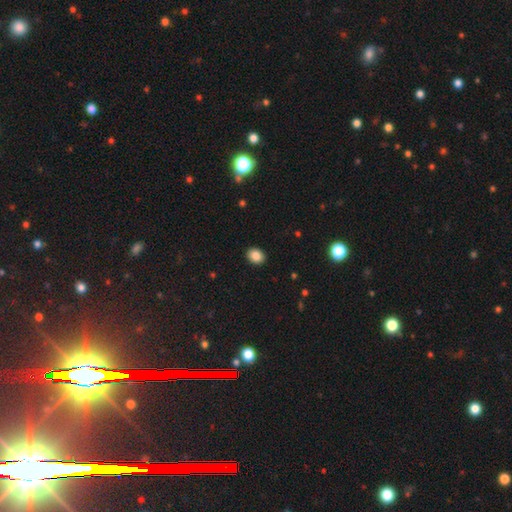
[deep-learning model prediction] Q: Smooth or featured?
A: smooth (87%); runner-up: star or artifact (9%)
Q: How rounded?
A: in between (54%); runner-up: round (45%)
Q: Merging?
A: none (91%); runner-up: minor disturbance (6%)